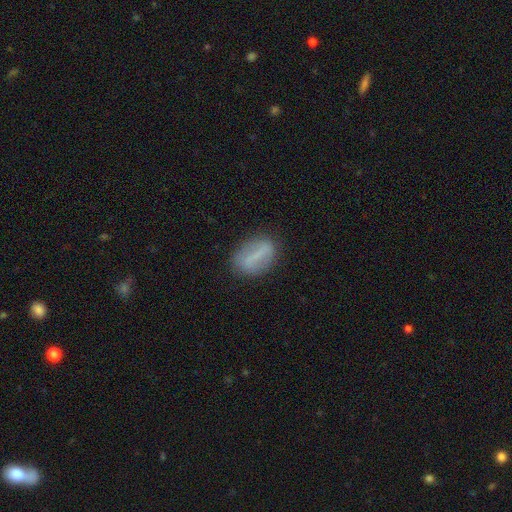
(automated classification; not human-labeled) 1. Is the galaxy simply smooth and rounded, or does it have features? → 50% smooth, 41% featured or disk, 9% star or artifact.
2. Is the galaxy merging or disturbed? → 82% none, 12% minor disturbance, 4% major disturbance, 2% merger.